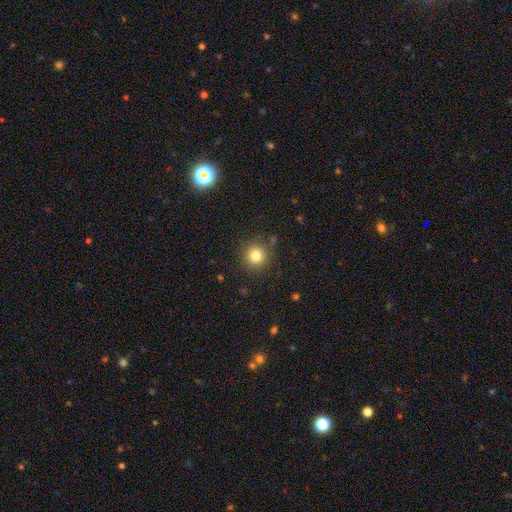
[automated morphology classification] This appears to be a smooth galaxy with no disk features (81%) that is round (94%). Merging: none (86%).